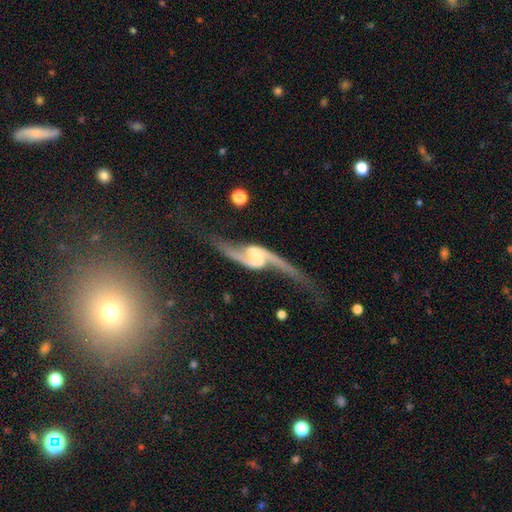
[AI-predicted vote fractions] Overall: featured or disk (91%). Edge-on disk: no (95%). Bar: weak (44%; no 28%). Spiral arms: yes (97%). Spiral arm count: 2 (94%). Spiral winding: loose (86%). Bulge size: none (38%; small 25%). Merging: none (60%).